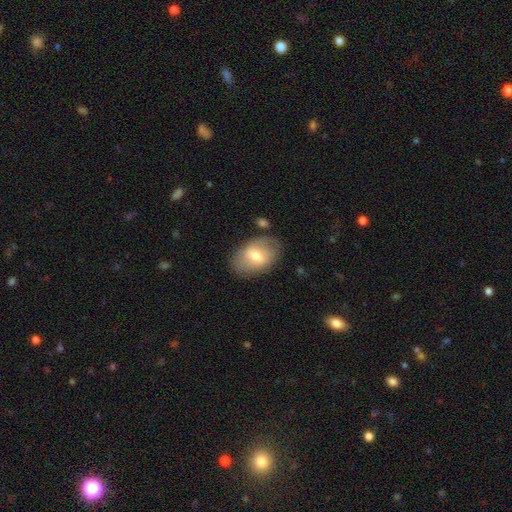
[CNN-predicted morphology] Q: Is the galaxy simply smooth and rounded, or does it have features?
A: smooth — 62%.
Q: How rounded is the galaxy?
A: in between — 86%.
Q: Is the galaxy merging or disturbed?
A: none — 77%.